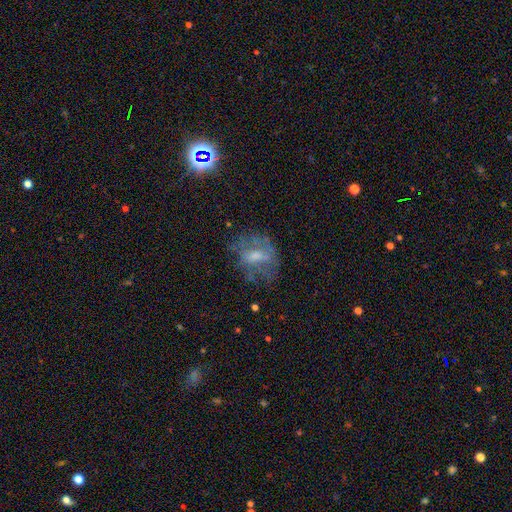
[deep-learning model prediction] Smooth or featured: featured or disk — 50% (smooth — 33%)
Edge-on disk: no — 95% (yes — 5%)
Merging: none — 54% (major disturbance — 22%)